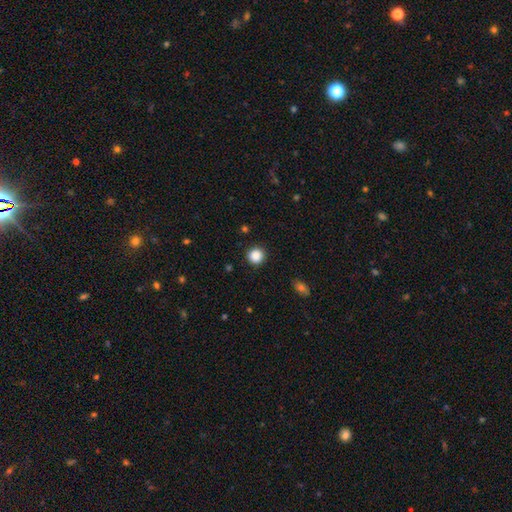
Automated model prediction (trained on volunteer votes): Smooth or featured? smooth (87%)
How rounded? round (94%)
Merging? none (92%)